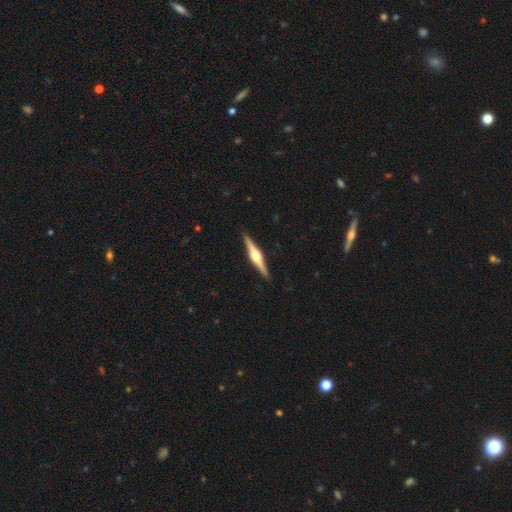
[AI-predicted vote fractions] Overall: featured or disk (82%). Edge-on disk: yes (98%). Edge-on bulge: rounded (93%). Merging: none (92%).